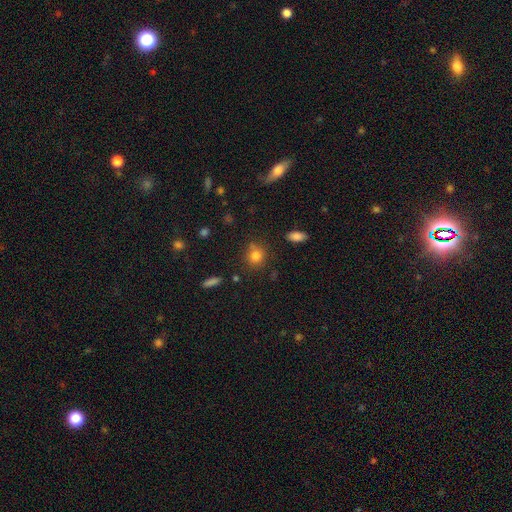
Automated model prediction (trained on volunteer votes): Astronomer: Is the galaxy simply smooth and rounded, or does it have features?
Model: smooth — 80%.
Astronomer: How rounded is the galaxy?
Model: round — 77%.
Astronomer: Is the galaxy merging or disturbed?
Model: none — 73%.